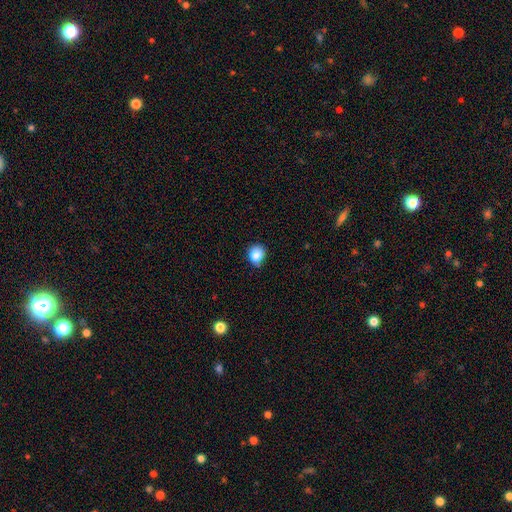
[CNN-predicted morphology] Smooth or featured? Predicted: smooth (p=0.85). How rounded? Predicted: round (p=0.75). Merging? Predicted: none (p=0.66).